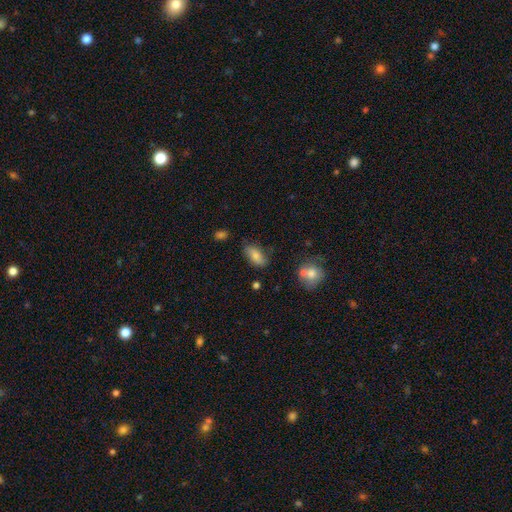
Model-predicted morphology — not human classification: Overall: smooth (72%). How rounded: in between (84%). Merging: none (71%).